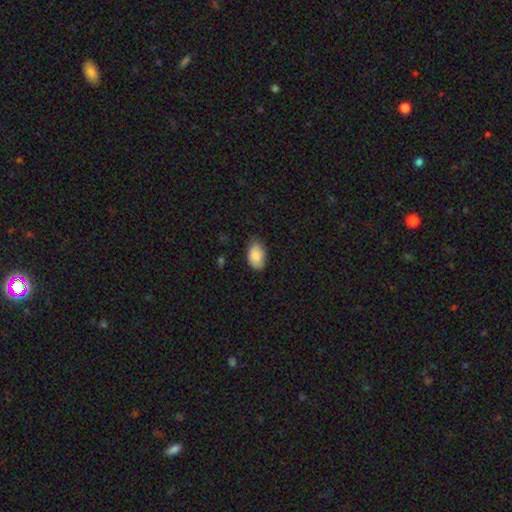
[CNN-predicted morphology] Overall: smooth (87%). How rounded: in between (92%). Merging: none (76%).